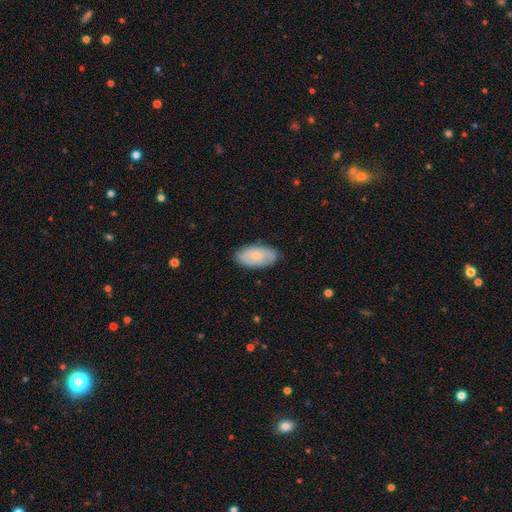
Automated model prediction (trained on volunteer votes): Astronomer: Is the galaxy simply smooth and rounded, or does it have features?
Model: smooth — 67%.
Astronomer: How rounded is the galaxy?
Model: in between — 94%.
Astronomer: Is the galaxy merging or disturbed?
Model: none — 82%.